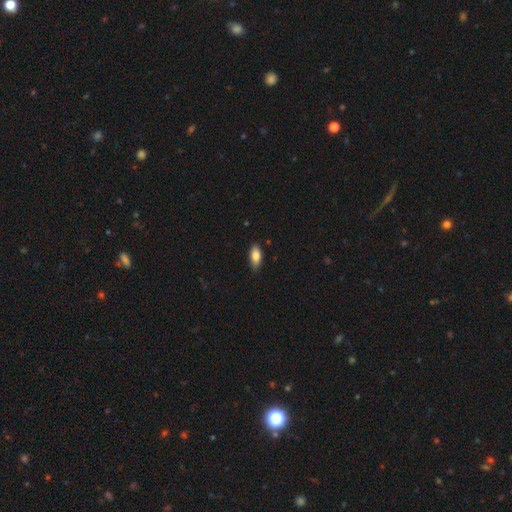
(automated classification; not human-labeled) The model was most divided on "merging": none: 82%, minor disturbance: 15%, major disturbance: 2%, merger: 1%. More confident: how rounded — in between (86%); smooth or featured — smooth (82%).